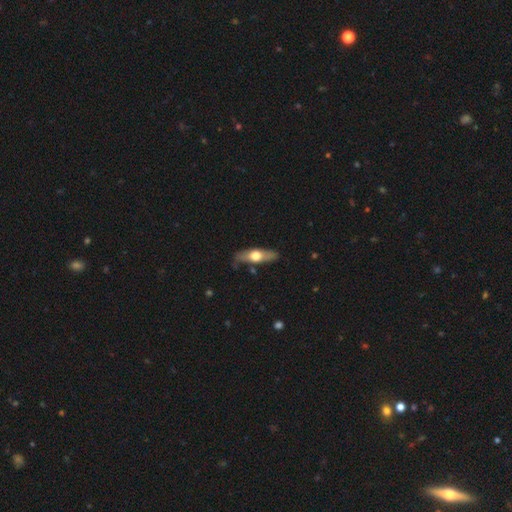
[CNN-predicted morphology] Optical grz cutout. It shows a featured or disk galaxy (50%). Merging: none (79%).